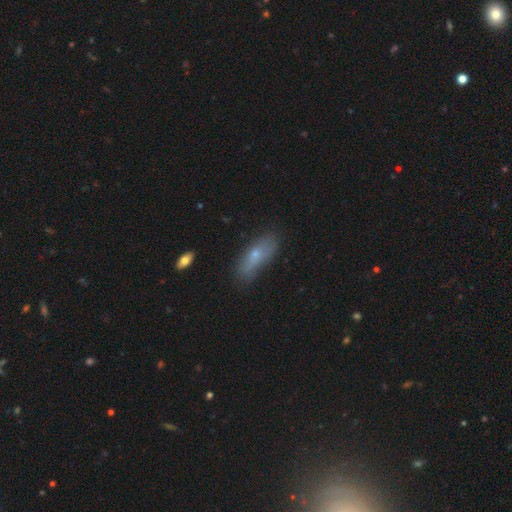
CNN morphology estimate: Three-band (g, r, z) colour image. It shows a smooth galaxy with no disk features (62%) that is in between round and cigar-shaped (61%). Merging: none (63%).